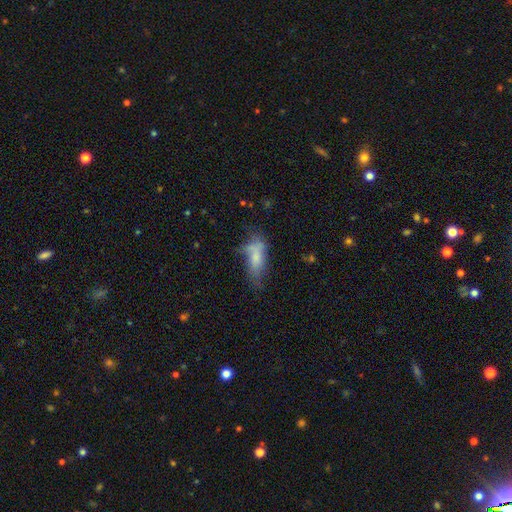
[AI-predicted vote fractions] Smooth or featured? Predicted: smooth (p=0.63). How rounded? Predicted: in between (p=0.72). Merging? Predicted: none (p=0.33).